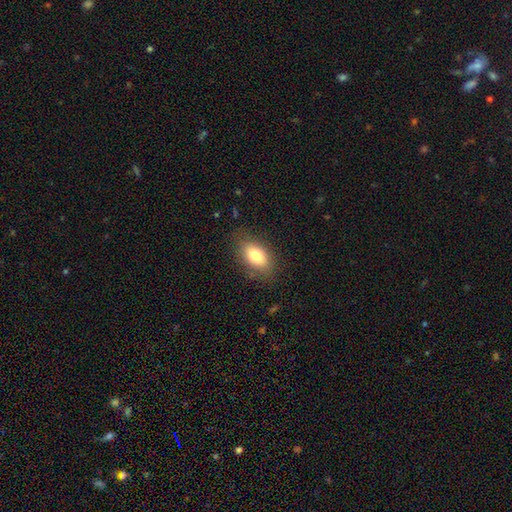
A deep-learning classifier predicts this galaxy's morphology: This appears to be a smooth galaxy with no disk features (79%) that is in between round and cigar-shaped (89%). Merging: none (81%).